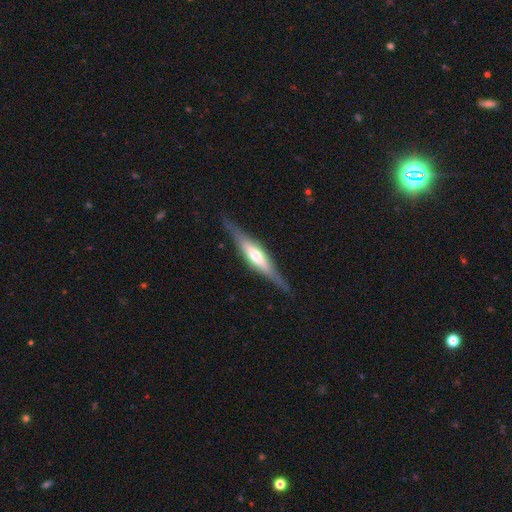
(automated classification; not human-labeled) Morphology: type=featured or disk (71%); edge-on=yes (95%); edge-on bulge=rounded (75%); merging=none (83%).